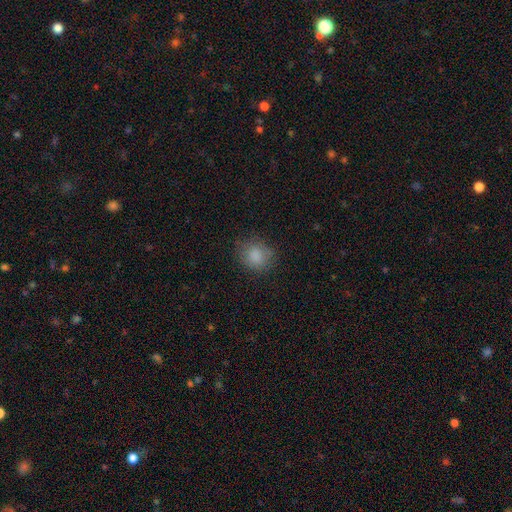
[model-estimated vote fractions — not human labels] Smooth or featured: smooth — 84% (star or artifact — 10%)
How rounded: round — 74% (in between — 25%)
Merging: none — 76% (minor disturbance — 17%)